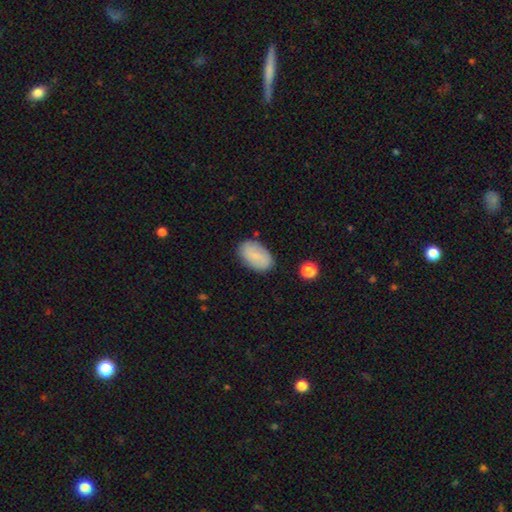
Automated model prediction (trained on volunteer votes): smooth-or-featured: smooth: 72% | featured or disk: 21% | star or artifact: 7%
  how-rounded: in between: 92% | round: 6% | cigar-shaped: 1%
  merging: none: 81% | minor disturbance: 14% | major disturbance: 3% | merger: 2%